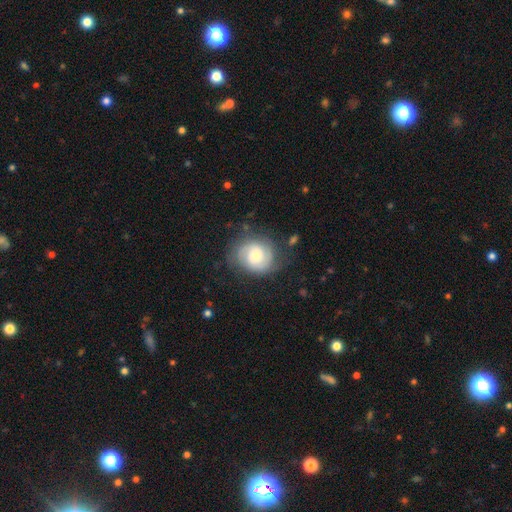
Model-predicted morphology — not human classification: Overall: featured or disk (58%; smooth 34%). Edge-on disk: no (98%). Bar: no (67%; weak 28%). Spiral arms: yes (87%). Bulge size: moderate (46%; small 40%). Merging: none (69%).